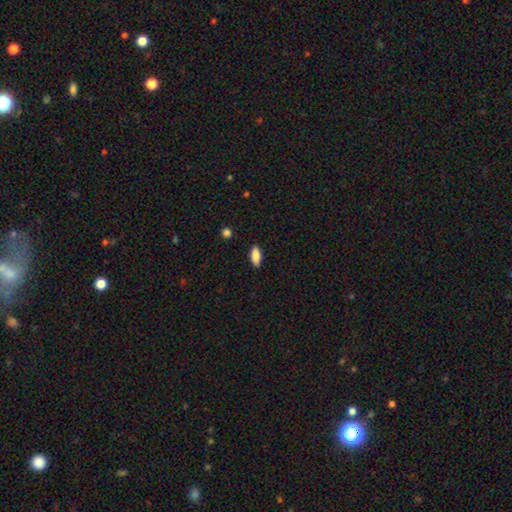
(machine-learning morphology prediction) smooth_or_featured: smooth (p=0.85) [alt: featured or disk p=0.08]
how_rounded: in between (p=0.81) [alt: cigar-shaped p=0.17]
merging: none (p=0.87) [alt: minor disturbance p=0.09]